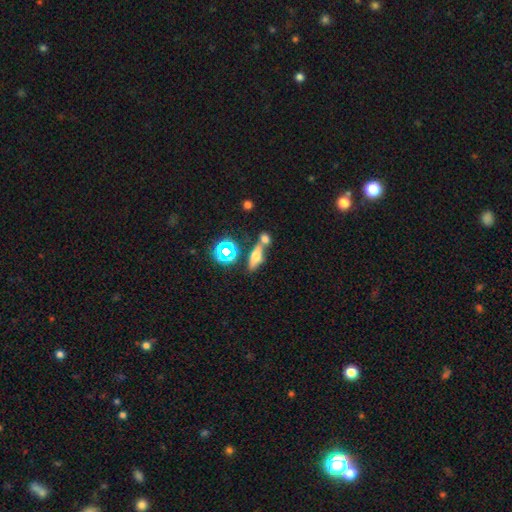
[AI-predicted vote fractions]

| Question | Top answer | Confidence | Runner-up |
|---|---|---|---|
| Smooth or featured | smooth | 52% | featured or disk (27%) |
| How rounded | in between | 56% | cigar-shaped (33%) |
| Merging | none | 49% | merger (34%) |